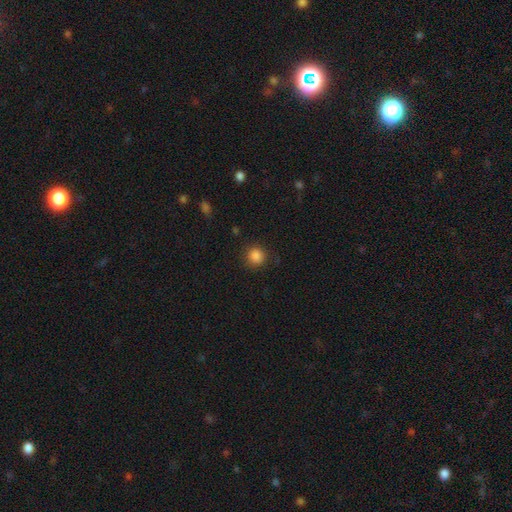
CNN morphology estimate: This appears to be a smooth galaxy with no disk features (86%) that is round (92%). Merging: none (87%).